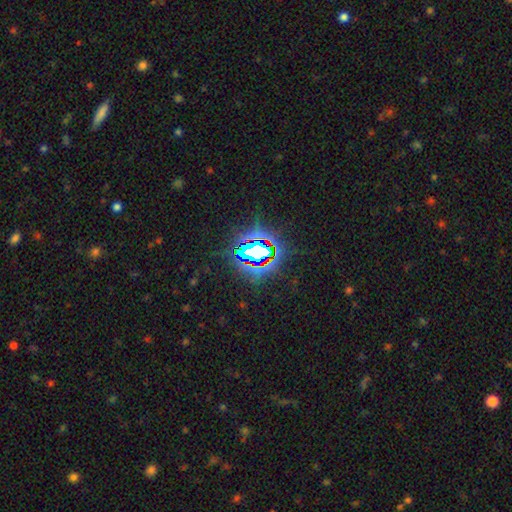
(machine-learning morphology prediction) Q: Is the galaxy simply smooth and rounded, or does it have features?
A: star or artifact — 78%.